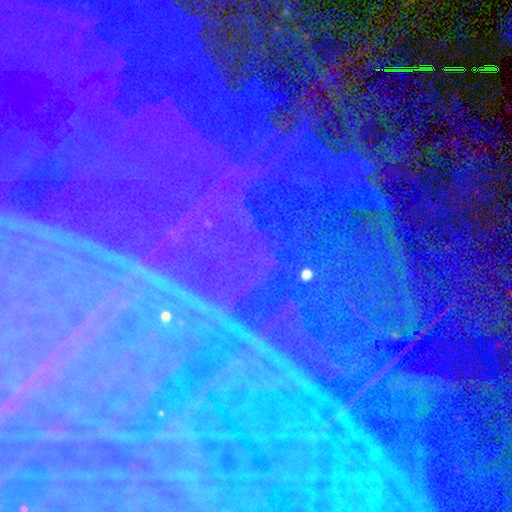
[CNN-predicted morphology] Q: Smooth or featured?
A: star or artifact (83%); runner-up: featured or disk (10%)